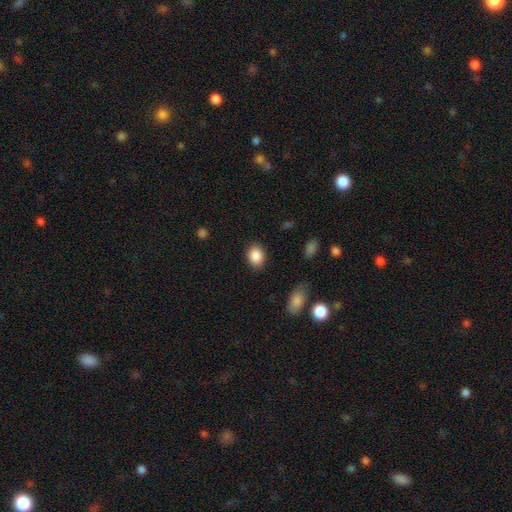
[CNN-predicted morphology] This appears to be a smooth galaxy with no disk features (88%) that is in between round and cigar-shaped (61%). Merging: none (87%).